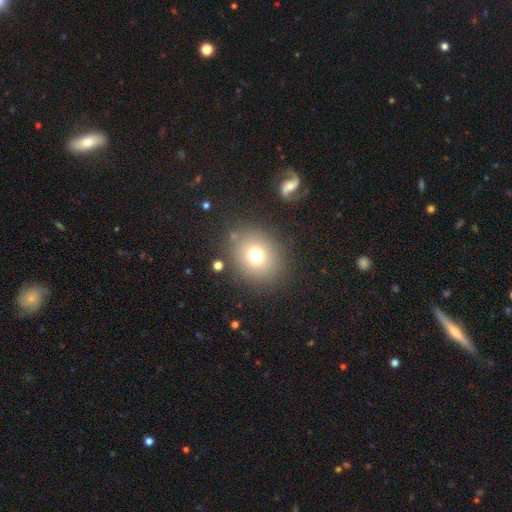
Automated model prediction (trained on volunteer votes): This appears to be a smooth galaxy with no disk features (73%) that is round (72%). Merging: none (83%).